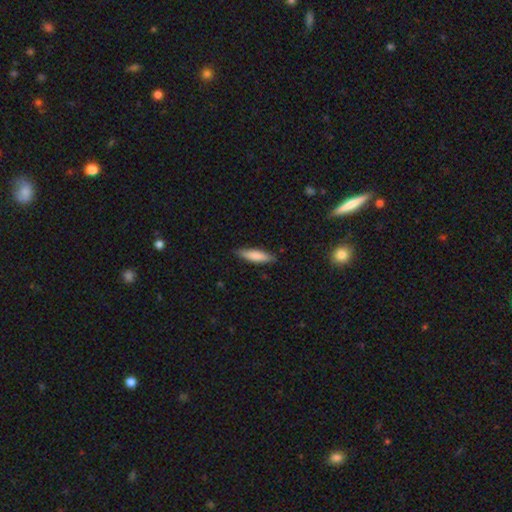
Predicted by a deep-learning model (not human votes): Overall: smooth (81%). How rounded: cigar-shaped (69%; in between 29%). Merging: none (86%).